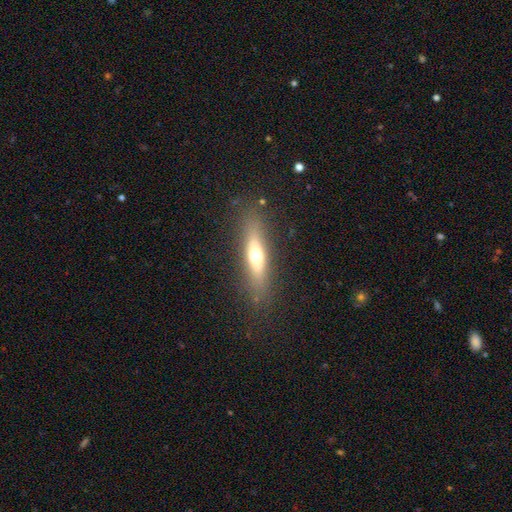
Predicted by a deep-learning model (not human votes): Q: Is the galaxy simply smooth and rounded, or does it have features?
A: smooth — 52%.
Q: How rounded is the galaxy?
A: cigar-shaped — 67%.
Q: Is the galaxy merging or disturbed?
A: none — 84%.